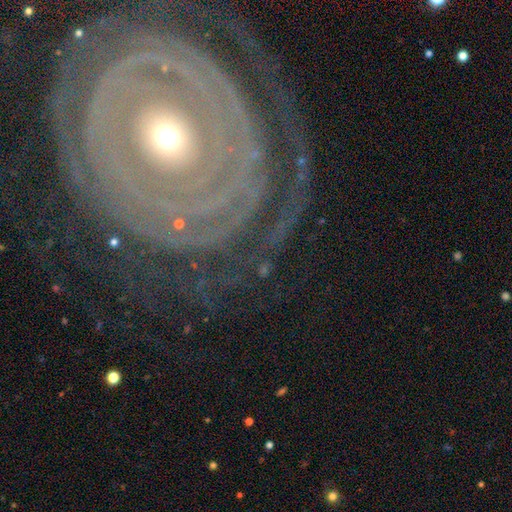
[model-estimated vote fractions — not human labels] Smooth or featured? featured or disk (83%)
Edge-on disk? no (95%)
Bar? no (77%)
Spiral arms? yes (86%)
Spiral winding? tight (86%)
Spiral arm count? can't tell (33%)
Bulge size? small (49%)
Merging? none (78%)